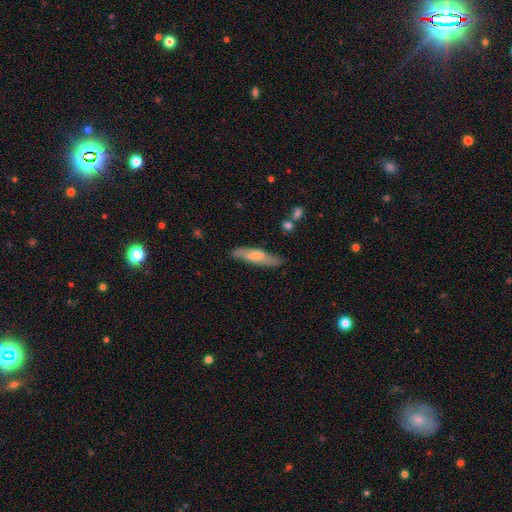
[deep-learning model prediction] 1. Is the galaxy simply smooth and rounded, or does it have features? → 58% smooth, 36% featured or disk, 6% star or artifact.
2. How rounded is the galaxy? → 70% cigar-shaped, 29% in between, 2% round.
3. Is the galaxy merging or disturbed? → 78% none, 16% minor disturbance, 4% major disturbance, 2% merger.